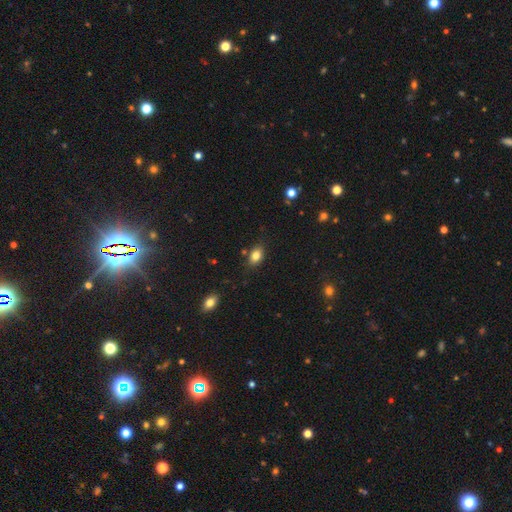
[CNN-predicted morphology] This appears to be a smooth galaxy with no disk features (82%) that is in between round and cigar-shaped (82%). Merging: none (80%).